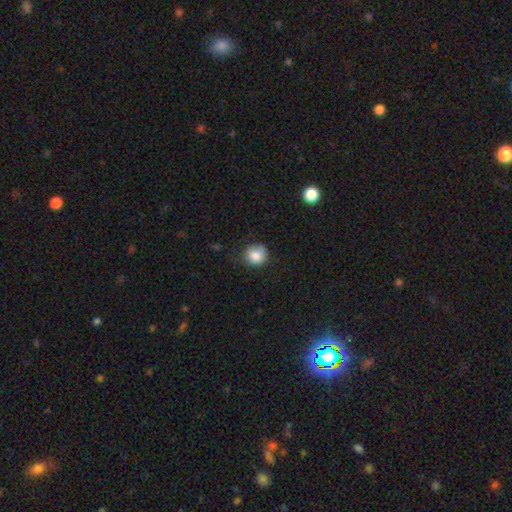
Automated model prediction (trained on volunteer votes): Smooth or featured? Predicted: smooth (p=0.85). How rounded? Predicted: round (p=0.87). Merging? Predicted: none (p=0.70).